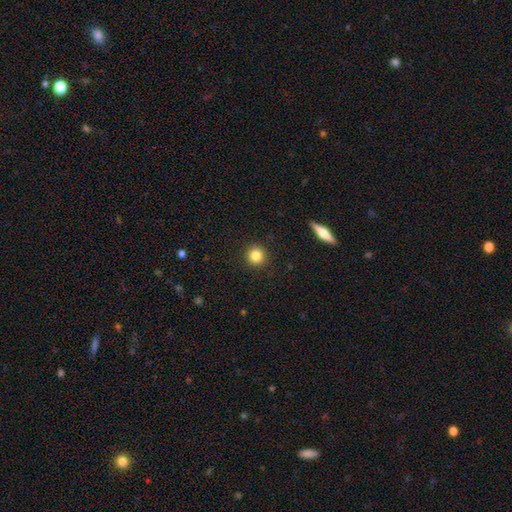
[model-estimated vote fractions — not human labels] smooth 84%, star or artifact 10%, featured or disk 6%. Down the decision tree: how rounded — round (92%); merging — none (92%).